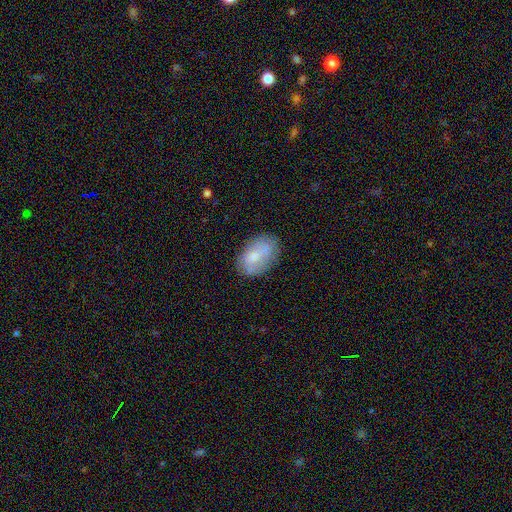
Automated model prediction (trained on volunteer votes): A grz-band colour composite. It shows a smooth galaxy with no disk features (66%) that is in between round and cigar-shaped (90%). Merging: none (74%).